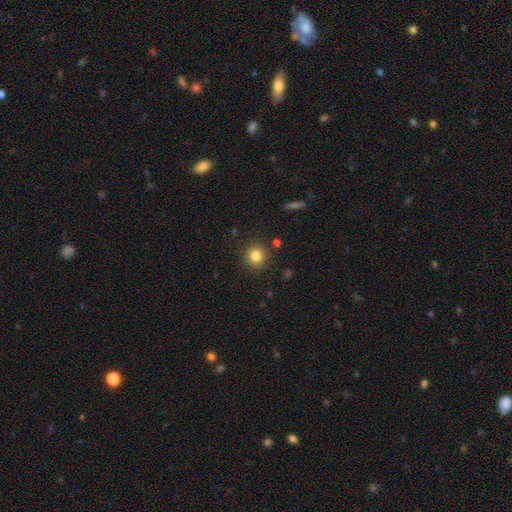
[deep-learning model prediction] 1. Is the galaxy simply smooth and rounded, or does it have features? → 83% smooth, 11% star or artifact, 6% featured or disk.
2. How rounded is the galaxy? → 89% round, 10% in between, 1% cigar-shaped.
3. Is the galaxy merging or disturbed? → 88% none, 8% minor disturbance, 3% major disturbance, 2% merger.